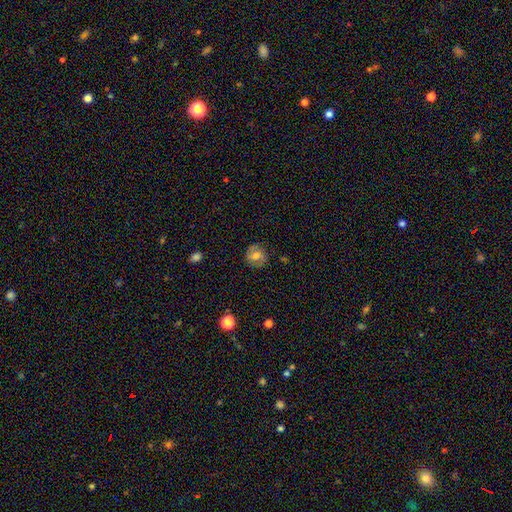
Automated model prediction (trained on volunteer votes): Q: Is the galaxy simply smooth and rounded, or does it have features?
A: smooth — 54%.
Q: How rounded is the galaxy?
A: round — 79%.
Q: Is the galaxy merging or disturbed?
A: none — 80%.